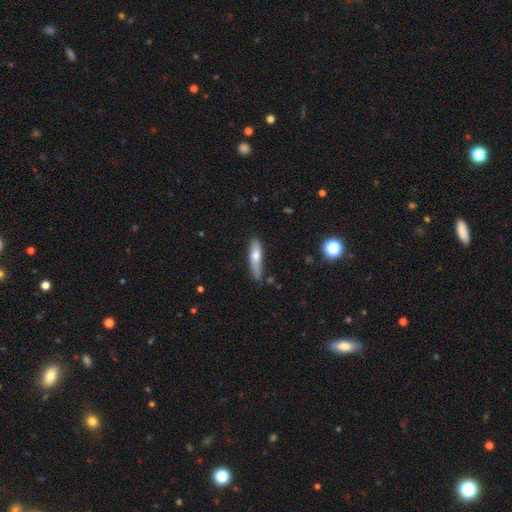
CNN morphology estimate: A smooth galaxy with no disk features (60%) that is cigar-shaped (77%).

Vote fractions:
- Smooth or featured? smooth: 60% / featured or disk: 33% / star or artifact: 7%
- How rounded? cigar-shaped: 77% / in between: 21% / round: 2%
- Merging? none: 73% / minor disturbance: 21% / major disturbance: 4% / merger: 3%